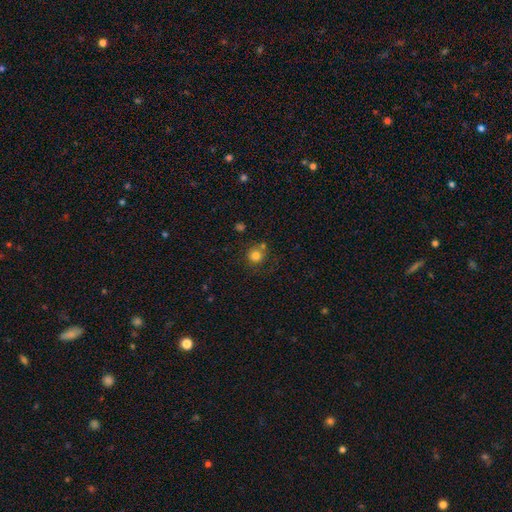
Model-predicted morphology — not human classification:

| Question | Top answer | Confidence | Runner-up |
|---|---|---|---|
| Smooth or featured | smooth | 81% | star or artifact (12%) |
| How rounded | round | 92% | in between (7%) |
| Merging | none | 67% | merger (16%) |